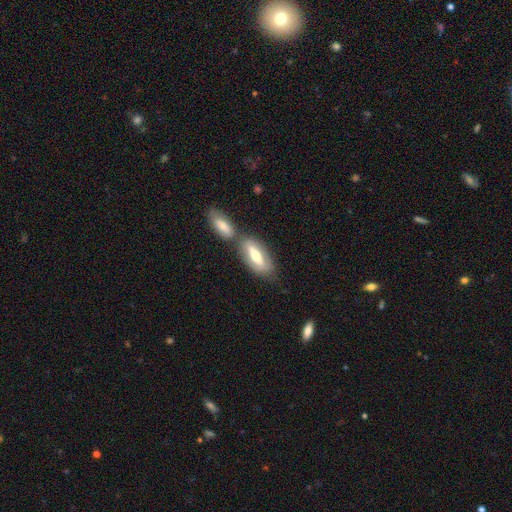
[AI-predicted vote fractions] A smooth galaxy with no disk features (51%) that is in between round and cigar-shaped (75%). Merging: none (53%).